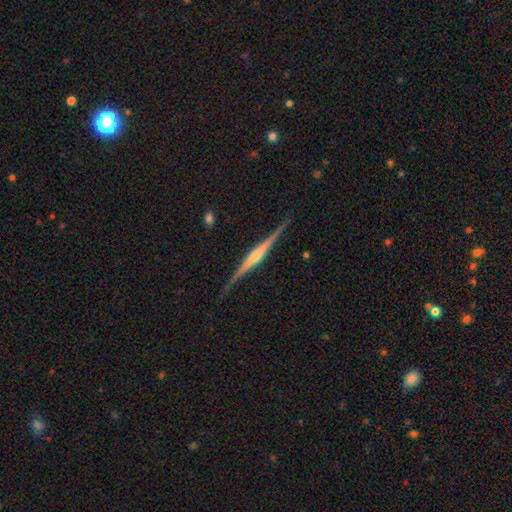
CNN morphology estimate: The model was most divided on "edge-on bulge": rounded: 64%, none: 19%, boxy: 17%. More confident: edge-on disk — yes (98%); merging — none (86%); smooth or featured — featured or disk (82%).